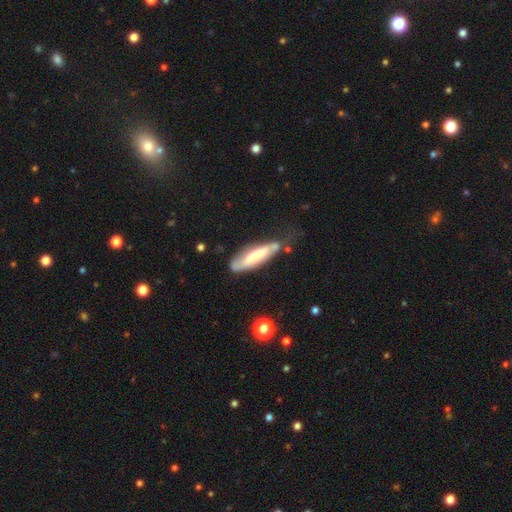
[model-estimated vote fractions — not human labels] smooth_or_featured: smooth (p=0.58) [alt: featured or disk p=0.35]
how_rounded: cigar-shaped (p=0.69) [alt: in between p=0.30]
merging: none (p=0.43) [alt: minor disturbance p=0.33]